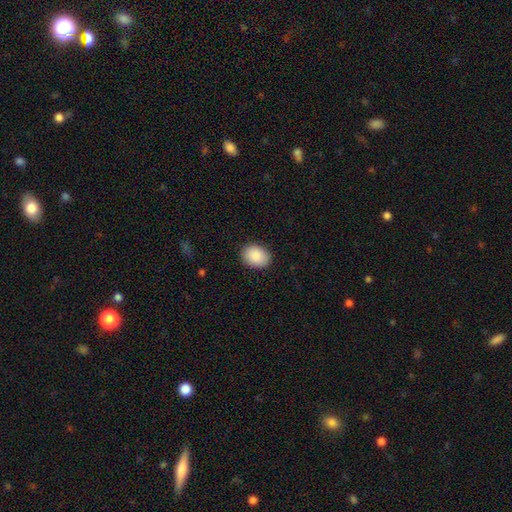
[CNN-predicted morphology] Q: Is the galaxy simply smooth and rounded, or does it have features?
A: smooth — 90%.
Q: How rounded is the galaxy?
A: in between — 76%.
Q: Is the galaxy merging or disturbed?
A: none — 88%.